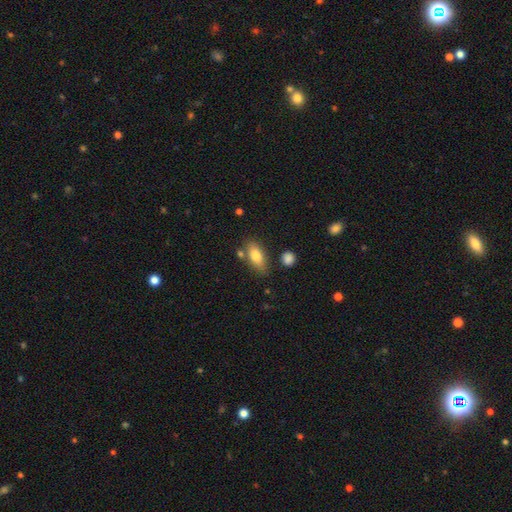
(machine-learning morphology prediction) This appears to be a smooth galaxy with no disk features (79%) that is in between round and cigar-shaped (84%). Merging: none (71%).